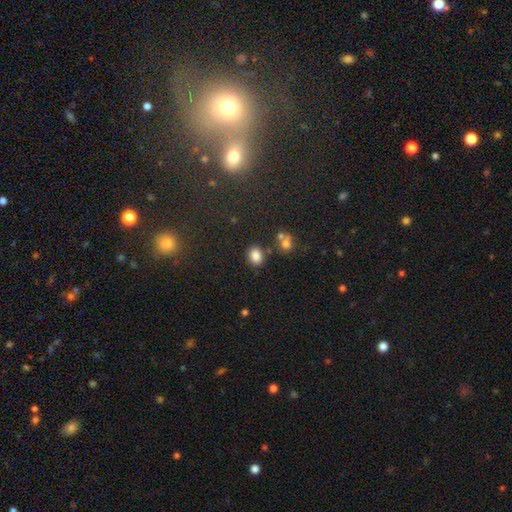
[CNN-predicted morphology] A smooth galaxy with no disk features (83%) that is in between round and cigar-shaped (52%). Merging: none (75%).